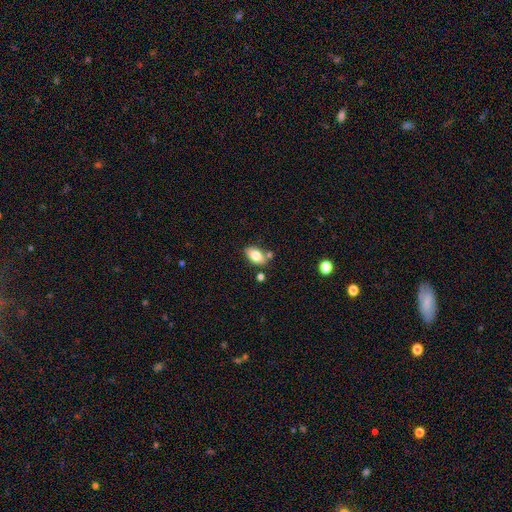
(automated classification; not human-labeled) Q: Smooth or featured?
A: smooth (77%); runner-up: featured or disk (15%)
Q: How rounded?
A: in between (90%); runner-up: round (7%)
Q: Merging?
A: none (72%); runner-up: minor disturbance (15%)